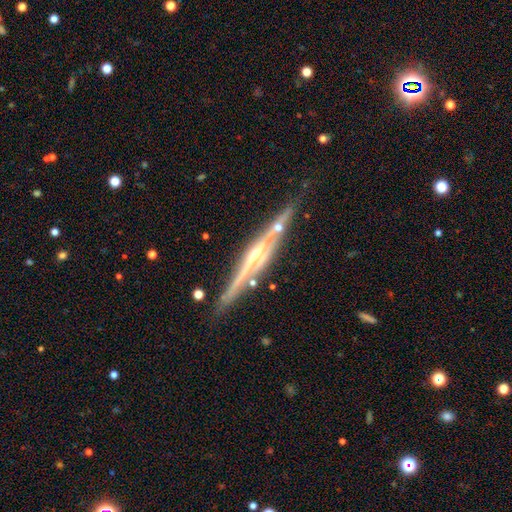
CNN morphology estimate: Smooth or featured? Predicted: featured or disk (p=0.85). Edge-on disk? Predicted: yes (p=0.97). Edge-on bulge? Predicted: rounded (p=0.71). Merging? Predicted: none (p=0.82).